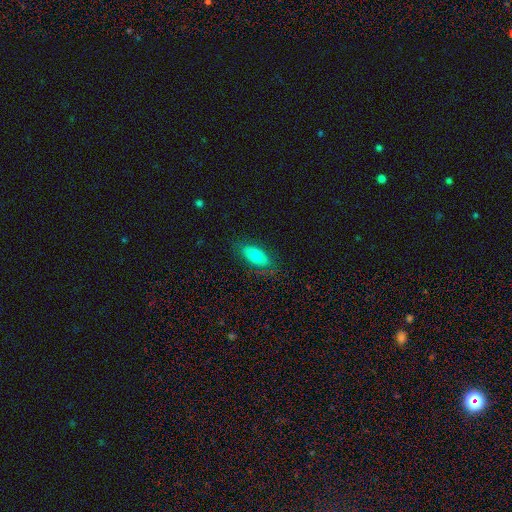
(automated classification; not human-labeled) Smooth or featured? Predicted: smooth (p=0.73). How rounded? Predicted: in between (p=0.88). Merging? Predicted: none (p=0.80).